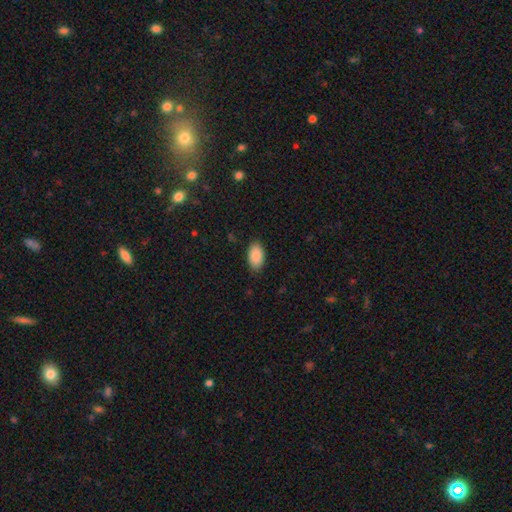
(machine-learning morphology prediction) The model was most divided on "merging": none: 87%, minor disturbance: 10%, major disturbance: 2%, merger: 1%. More confident: how rounded — in between (95%); smooth or featured — smooth (89%).